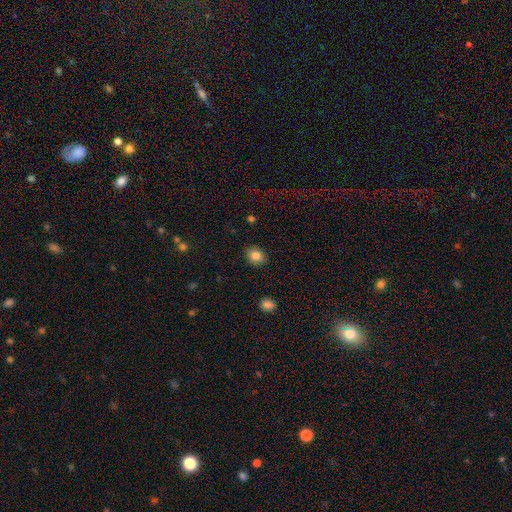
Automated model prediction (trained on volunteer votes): Overall: smooth (84%). How rounded: round (58%; in between 41%). Merging: none (88%).